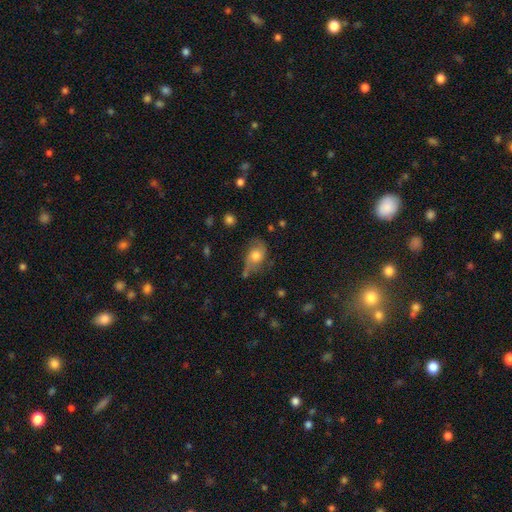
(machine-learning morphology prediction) smooth_or_featured: smooth (p=0.55) [alt: featured or disk p=0.36]
how_rounded: in between (p=0.72) [alt: round p=0.26]
merging: none (p=0.47) [alt: minor disturbance p=0.32]